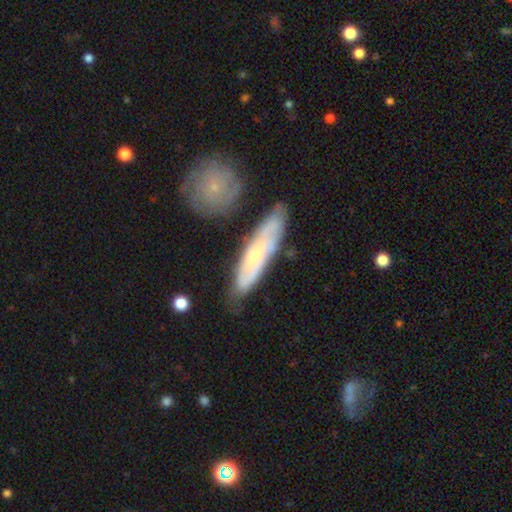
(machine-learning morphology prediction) Smooth or featured?
  - featured or disk: 61% *
  - smooth: 33%
  - star or artifact: 5%
Edge-on disk?
  - no: 67% *
  - yes: 33%
Merging?
  - none: 68% *
  - minor disturbance: 21%
  - merger: 6%
  - major disturbance: 5%